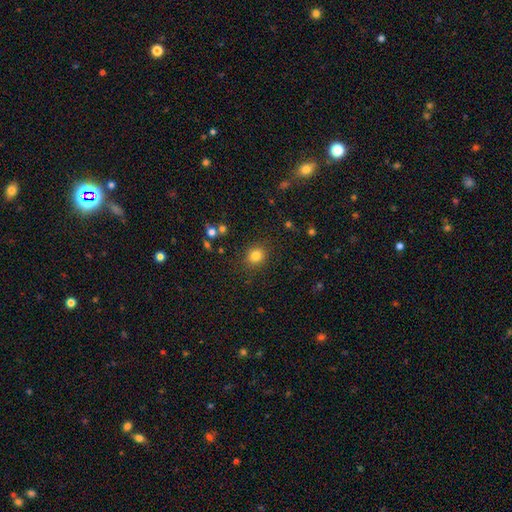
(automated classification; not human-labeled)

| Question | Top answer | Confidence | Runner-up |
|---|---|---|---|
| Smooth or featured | smooth | 81% | star or artifact (12%) |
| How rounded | round | 78% | in between (21%) |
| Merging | none | 87% | minor disturbance (8%) |